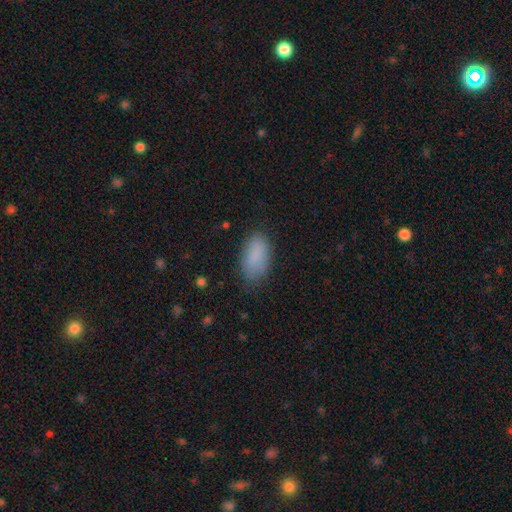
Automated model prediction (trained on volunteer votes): Smooth or featured?
  - smooth: 87% *
  - star or artifact: 7%
  - featured or disk: 6%
How rounded?
  - in between: 93% *
  - cigar-shaped: 4%
  - round: 3%
Merging?
  - none: 76% *
  - minor disturbance: 18%
  - major disturbance: 5%
  - merger: 1%